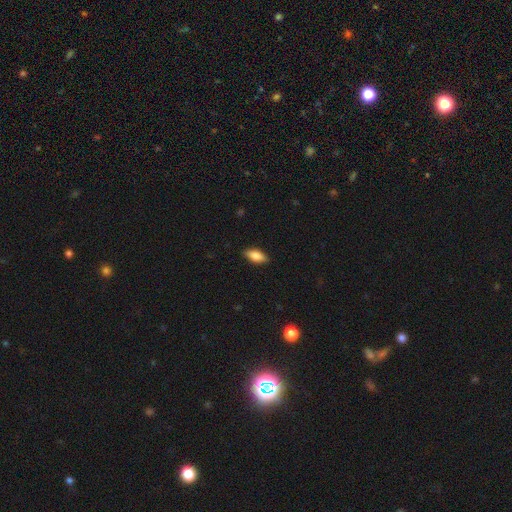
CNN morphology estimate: Smooth or featured? smooth (82%)
How rounded? in between (85%)
Merging? none (87%)